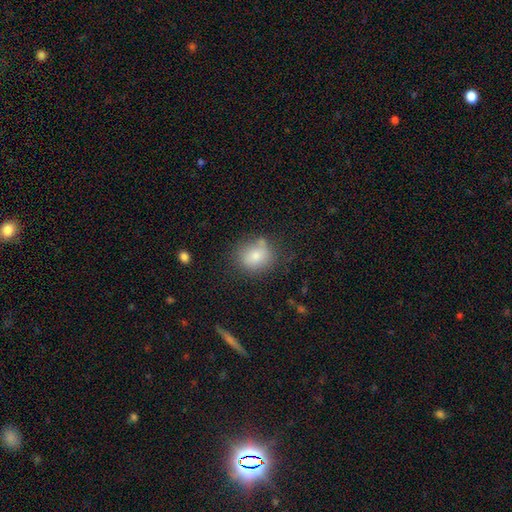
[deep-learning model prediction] This appears to be a smooth galaxy with no disk features (78%) that is round (58%). Merging: none (63%).